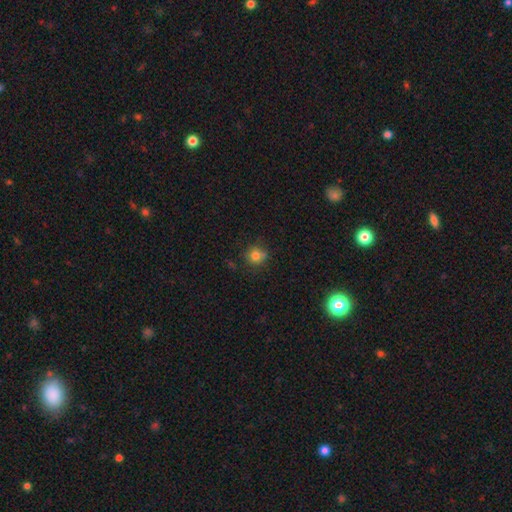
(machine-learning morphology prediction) A smooth galaxy with no disk features (79%) that is round (89%). Merging: none (75%).